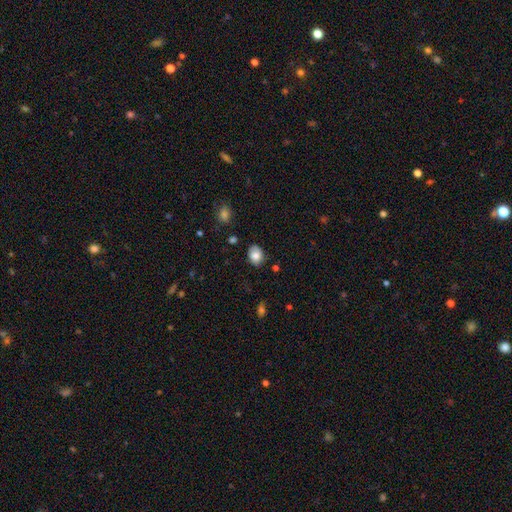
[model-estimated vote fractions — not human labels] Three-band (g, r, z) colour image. It shows a smooth galaxy with no disk features (79%) that is in between round and cigar-shaped (61%). Merging: none (81%).